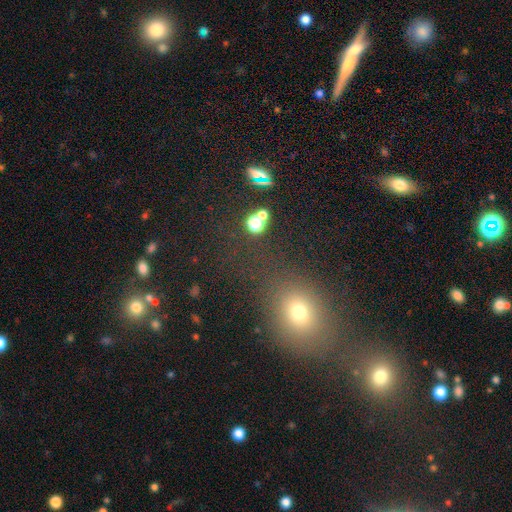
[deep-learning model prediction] smooth_or_featured: smooth (p=0.53) [alt: star or artifact p=0.36]
how_rounded: round (p=0.57) [alt: in between p=0.39]
merging: none (p=0.70) [alt: merger p=0.13]